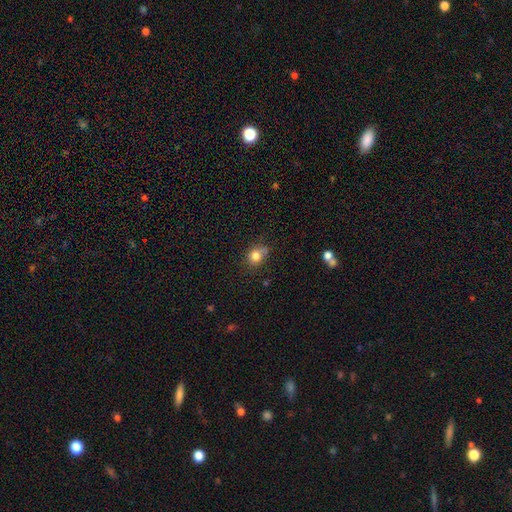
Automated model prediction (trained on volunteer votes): Smooth or featured: smooth — 80% (star or artifact — 11%)
How rounded: round — 64% (in between — 35%)
Merging: none — 57% (minor disturbance — 28%)